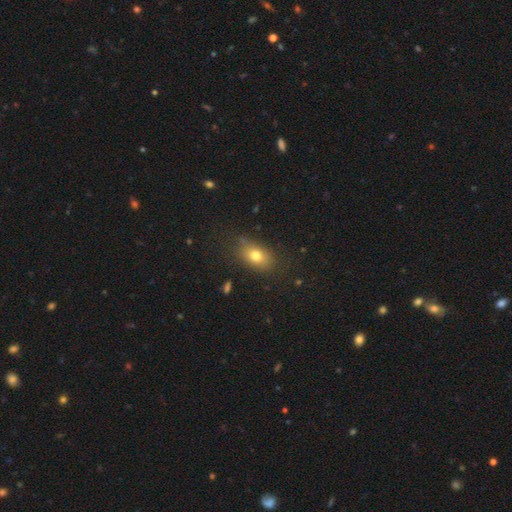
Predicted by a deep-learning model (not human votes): smooth 76%, featured or disk 13%, star or artifact 11%. Down the decision tree: how rounded — in between (81%); merging — none (79%).